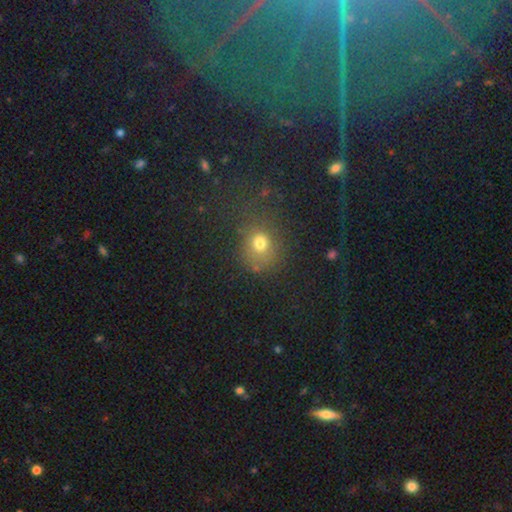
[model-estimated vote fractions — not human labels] smooth 54%, star or artifact 35%, featured or disk 11%. Down the decision tree: how rounded — round (77%); merging — none (78%).